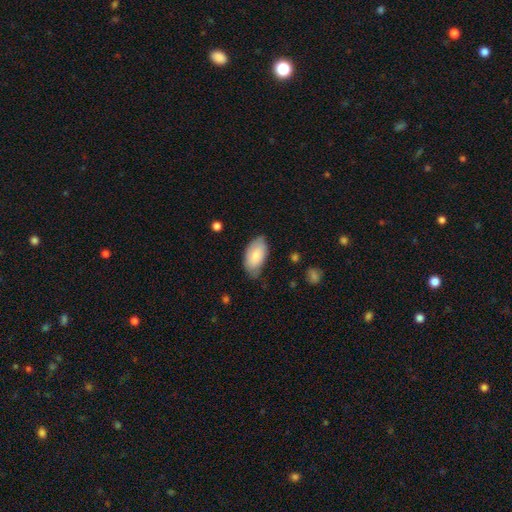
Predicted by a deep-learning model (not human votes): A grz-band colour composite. It shows a smooth galaxy with no disk features (77%) that is in between round and cigar-shaped (95%). Merging: none (66%).